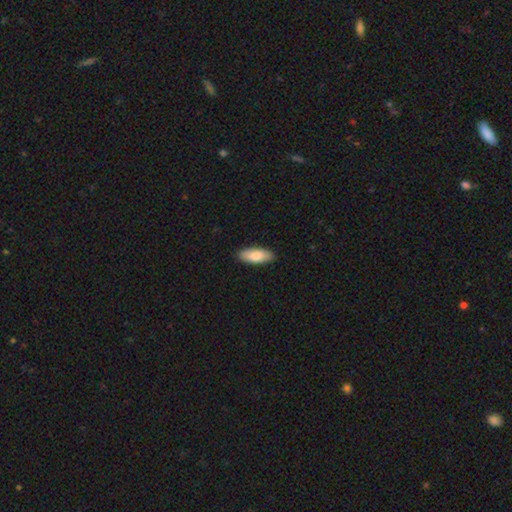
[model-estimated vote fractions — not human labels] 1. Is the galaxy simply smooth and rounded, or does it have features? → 82% smooth, 13% featured or disk, 5% star or artifact.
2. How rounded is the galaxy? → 80% in between, 18% cigar-shaped, 2% round.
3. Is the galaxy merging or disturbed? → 88% none, 10% minor disturbance, 2% major disturbance, 1% merger.